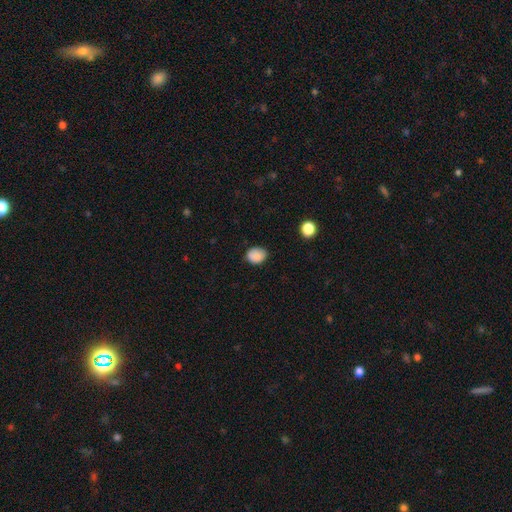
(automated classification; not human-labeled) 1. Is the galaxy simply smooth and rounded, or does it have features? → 86% smooth, 9% star or artifact, 5% featured or disk.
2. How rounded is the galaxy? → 51% in between, 48% round, 1% cigar-shaped.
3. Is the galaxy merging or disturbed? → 78% none, 18% minor disturbance, 3% major disturbance, 1% merger.